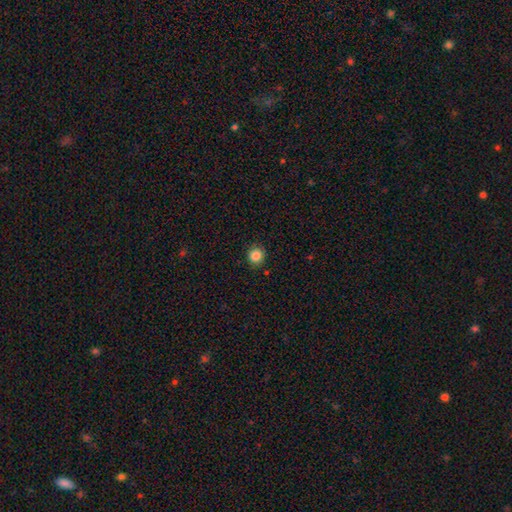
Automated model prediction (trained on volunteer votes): Q: Smooth or featured?
A: smooth (85%); runner-up: star or artifact (11%)
Q: How rounded?
A: round (89%); runner-up: in between (10%)
Q: Merging?
A: none (87%); runner-up: minor disturbance (10%)